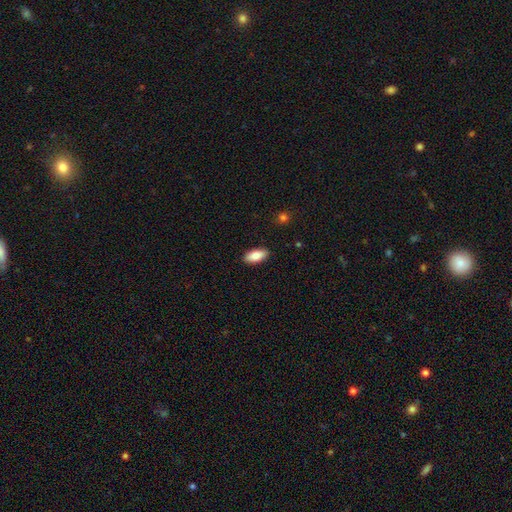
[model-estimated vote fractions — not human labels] smooth-or-featured: smooth: 84% | featured or disk: 10% | star or artifact: 6%
  how-rounded: in between: 90% | cigar-shaped: 8% | round: 2%
  merging: none: 90% | minor disturbance: 8% | major disturbance: 2% | merger: 1%